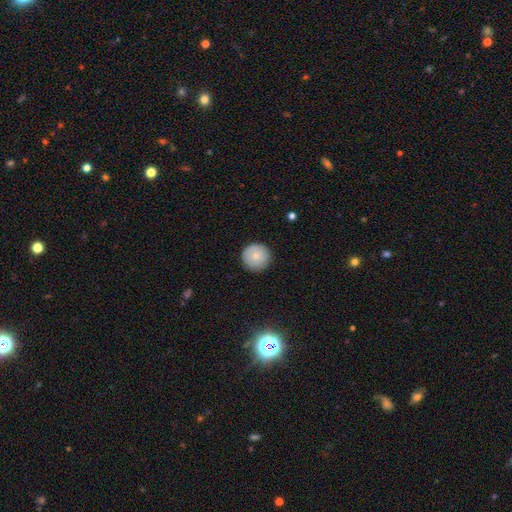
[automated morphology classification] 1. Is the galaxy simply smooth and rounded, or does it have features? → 78% smooth, 15% featured or disk, 7% star or artifact.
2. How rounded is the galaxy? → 96% round, 3% in between, 1% cigar-shaped.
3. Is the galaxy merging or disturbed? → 89% none, 8% minor disturbance, 2% major disturbance, 1% merger.